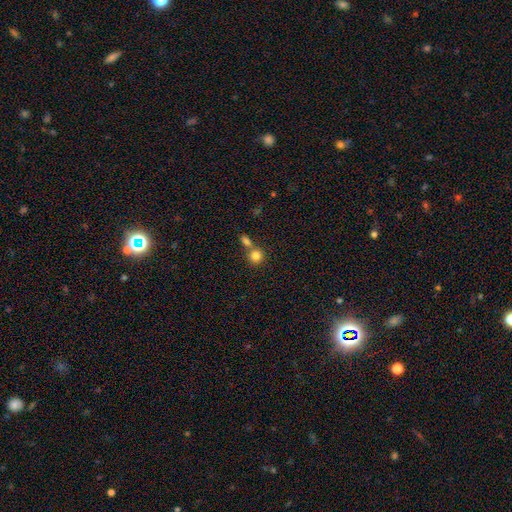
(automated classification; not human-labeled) Smooth or featured: smooth — 83% (star or artifact — 10%)
How rounded: round — 87% (in between — 12%)
Merging: none — 53% (merger — 38%)